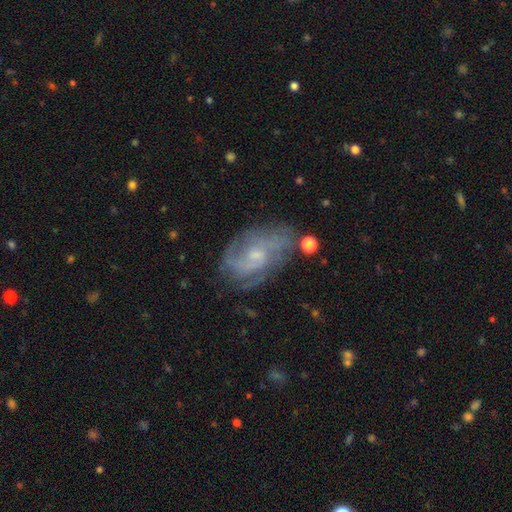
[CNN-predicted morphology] This is likely a featured or disk galaxy (78%). It is clearly not viewed edge-on (96%). Bar: possibly no (59%). Spiral arm pattern: clearly yes (91%). Spiral arm count: marginally 2 (33%). Spiral winding: marginally medium (44%). Central bulge: likely small (64%). Merging: likely none (62%).